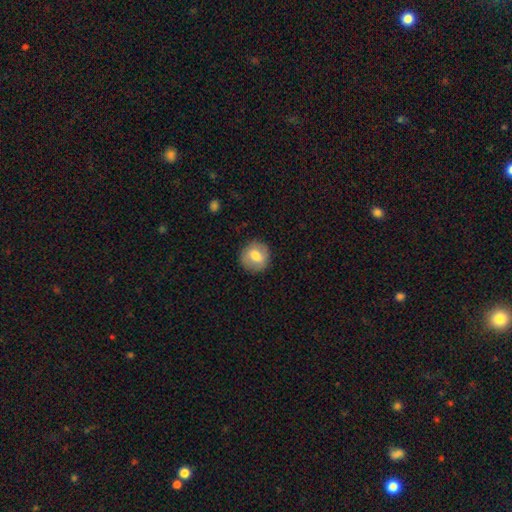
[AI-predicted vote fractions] smooth-or-featured: smooth: 70% | featured or disk: 23% | star or artifact: 8%
  how-rounded: round: 87% | in between: 12% | cigar-shaped: 1%
  merging: none: 87% | minor disturbance: 10% | major disturbance: 3% | merger: 1%